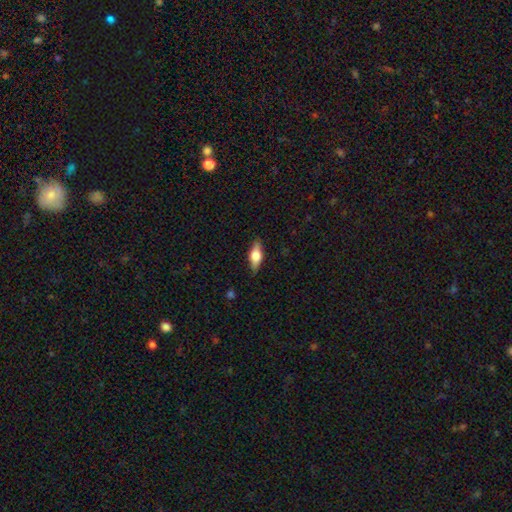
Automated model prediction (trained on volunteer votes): Q: Smooth or featured?
A: smooth (47%); runner-up: featured or disk (46%)
Q: Merging?
A: none (85%); runner-up: minor disturbance (11%)